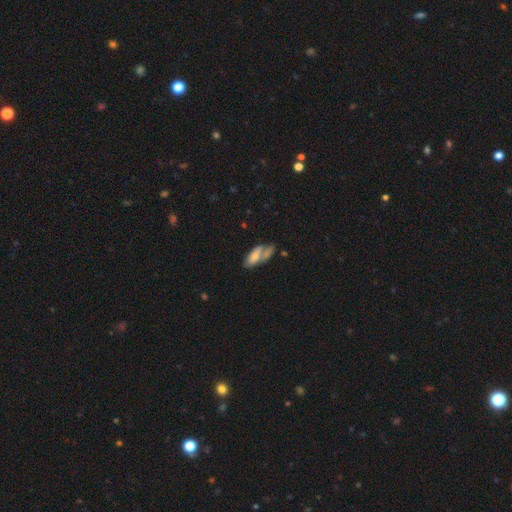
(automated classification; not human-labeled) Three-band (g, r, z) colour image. It shows a smooth galaxy with no disk features (63%) that is in between round and cigar-shaped (77%). Merging: none (33%).